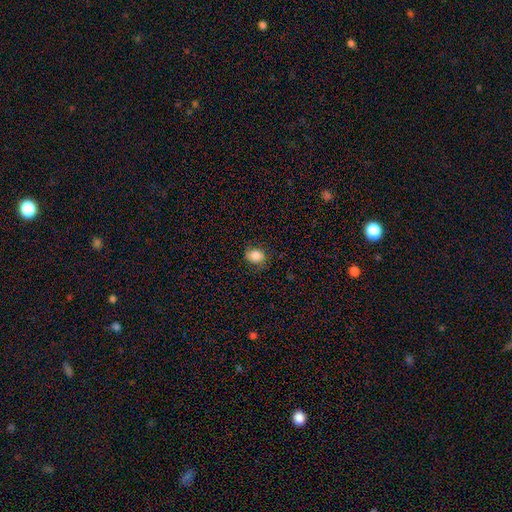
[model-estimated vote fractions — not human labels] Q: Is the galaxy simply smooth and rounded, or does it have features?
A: smooth — 86%.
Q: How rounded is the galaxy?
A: in between — 58%.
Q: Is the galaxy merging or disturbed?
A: none — 78%.